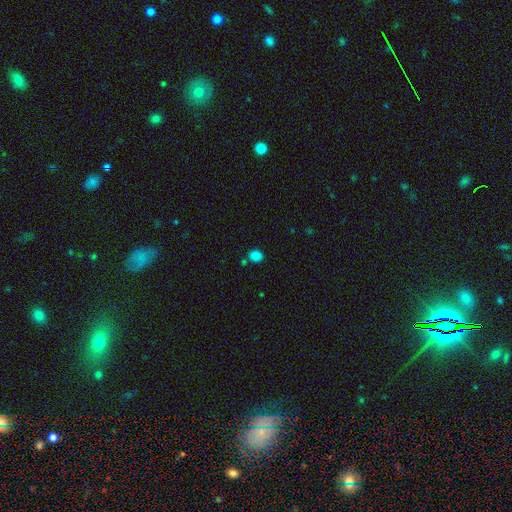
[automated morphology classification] This appears to be a smooth galaxy with no disk features (83%) that is round (63%). Merging: none (75%).